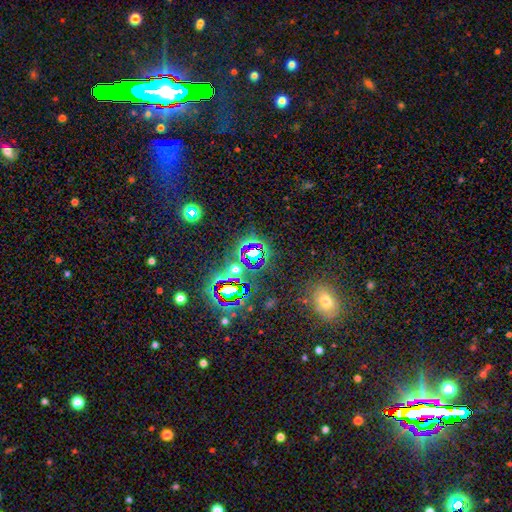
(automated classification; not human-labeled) Smooth or featured? Predicted: star or artifact (p=0.76).